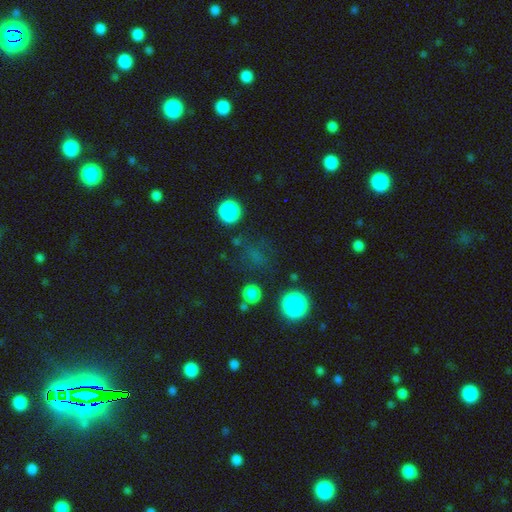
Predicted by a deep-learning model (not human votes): This is possibly a smooth galaxy (51%). How rounded: likely round (75%). Merging: likely none (74%).